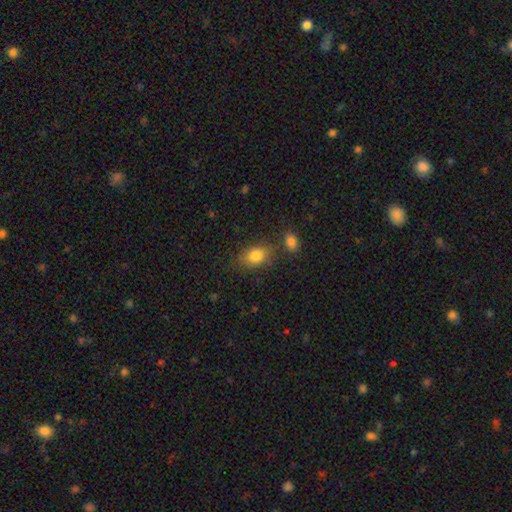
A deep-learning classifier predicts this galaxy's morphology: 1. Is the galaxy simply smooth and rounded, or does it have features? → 82% smooth, 10% star or artifact, 8% featured or disk.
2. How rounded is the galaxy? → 70% in between, 27% round, 2% cigar-shaped.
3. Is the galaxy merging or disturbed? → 71% none, 16% minor disturbance, 8% merger, 5% major disturbance.